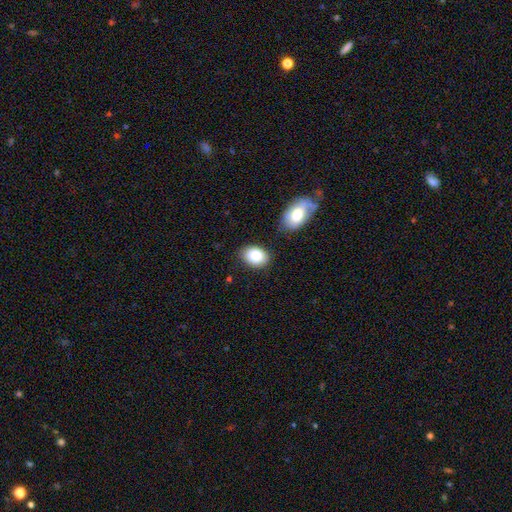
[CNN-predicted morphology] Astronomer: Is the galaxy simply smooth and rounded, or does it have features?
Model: smooth — 85%.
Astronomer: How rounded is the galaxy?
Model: in between — 77%.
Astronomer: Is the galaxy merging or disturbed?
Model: none — 78%.